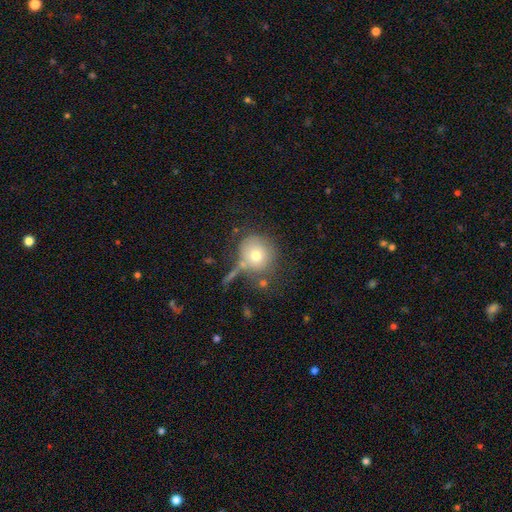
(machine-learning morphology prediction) smooth_or_featured: smooth (p=0.71) [alt: featured or disk p=0.18]
how_rounded: round (p=0.88) [alt: in between p=0.11]
merging: none (p=0.59) [alt: minor disturbance p=0.16]